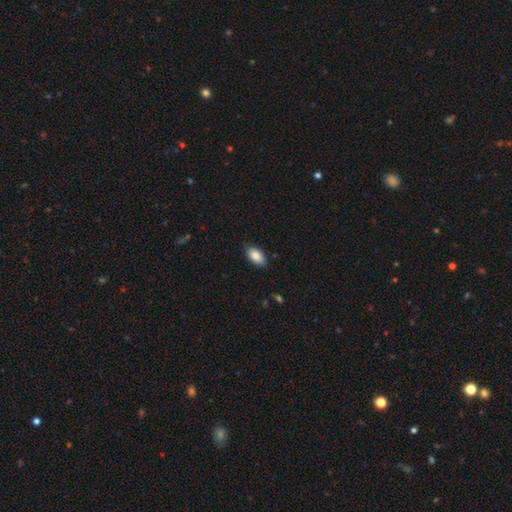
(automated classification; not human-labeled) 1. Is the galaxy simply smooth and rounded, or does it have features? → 85% smooth, 8% featured or disk, 7% star or artifact.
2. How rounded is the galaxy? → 93% in between, 4% round, 3% cigar-shaped.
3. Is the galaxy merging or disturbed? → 84% none, 13% minor disturbance, 2% major disturbance, 1% merger.